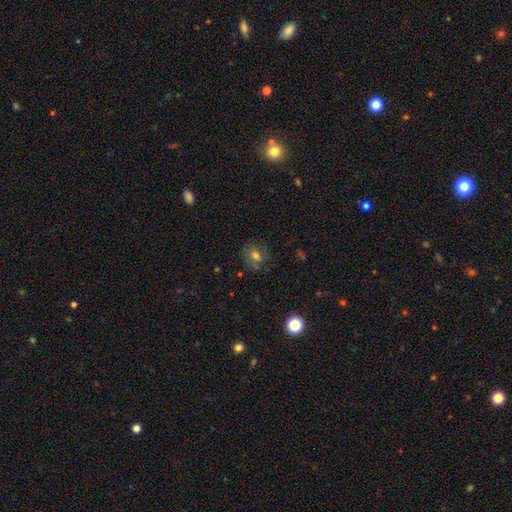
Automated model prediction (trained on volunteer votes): A smooth galaxy with no disk features (68%) that is round (64%). Merging: none (74%).